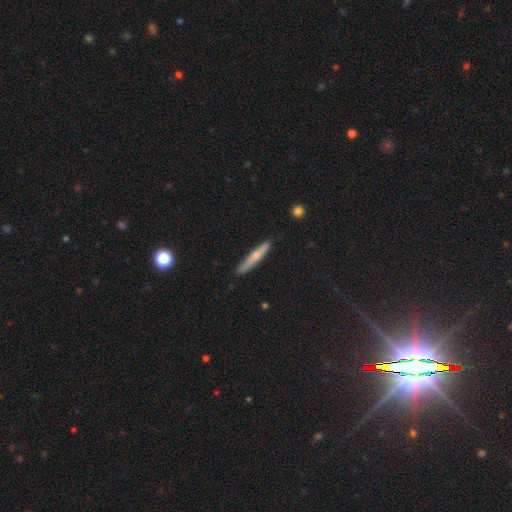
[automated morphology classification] smooth 60%, featured or disk 34%, star or artifact 6%. Down the decision tree: how rounded — cigar-shaped (93%); merging — none (86%).